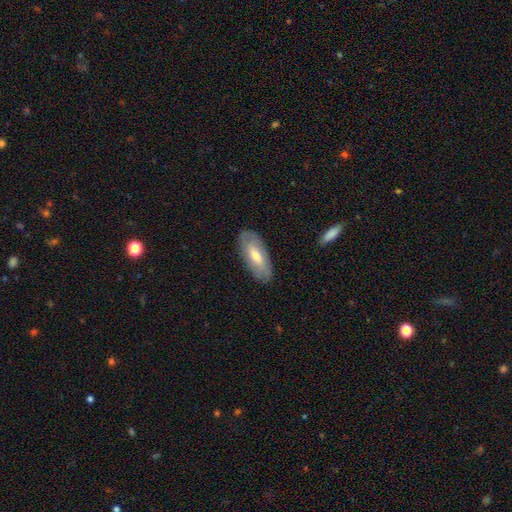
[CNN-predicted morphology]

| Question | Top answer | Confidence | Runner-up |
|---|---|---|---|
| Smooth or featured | smooth | 54% | featured or disk (40%) |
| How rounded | in between | 82% | cigar-shaped (15%) |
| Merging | none | 84% | minor disturbance (12%) |